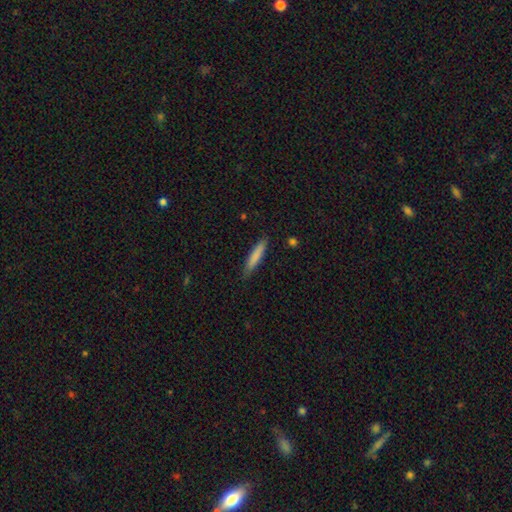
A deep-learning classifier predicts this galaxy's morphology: type=smooth (81%); roundness=cigar-shaped (90%); merging=none (85%).